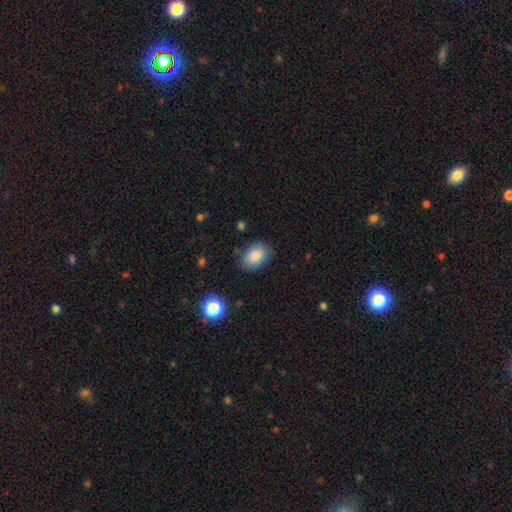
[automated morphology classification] Q: Smooth or featured?
A: smooth (86%); runner-up: star or artifact (8%)
Q: How rounded?
A: in between (80%); runner-up: round (19%)
Q: Merging?
A: none (82%); runner-up: minor disturbance (13%)